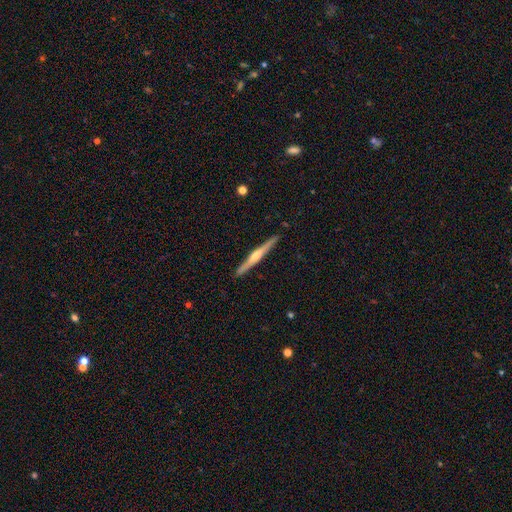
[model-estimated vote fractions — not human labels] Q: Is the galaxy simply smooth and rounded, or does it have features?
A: featured or disk — 68%.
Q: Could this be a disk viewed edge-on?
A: yes — 98%.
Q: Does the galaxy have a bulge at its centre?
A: rounded — 73%.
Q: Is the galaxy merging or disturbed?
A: none — 91%.